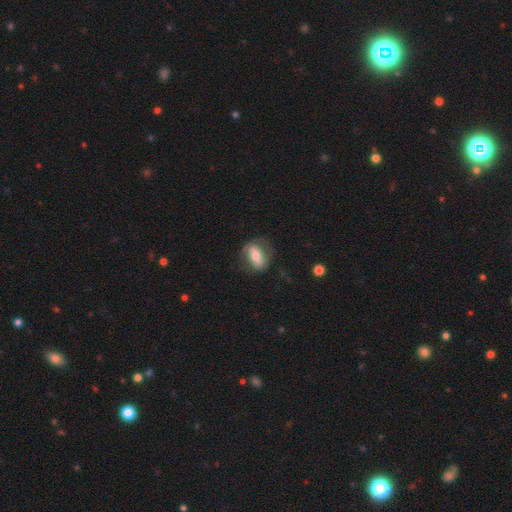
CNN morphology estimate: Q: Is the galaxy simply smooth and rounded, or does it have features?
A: smooth — 51%.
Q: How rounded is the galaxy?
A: in between — 78%.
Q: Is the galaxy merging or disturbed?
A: none — 65%.